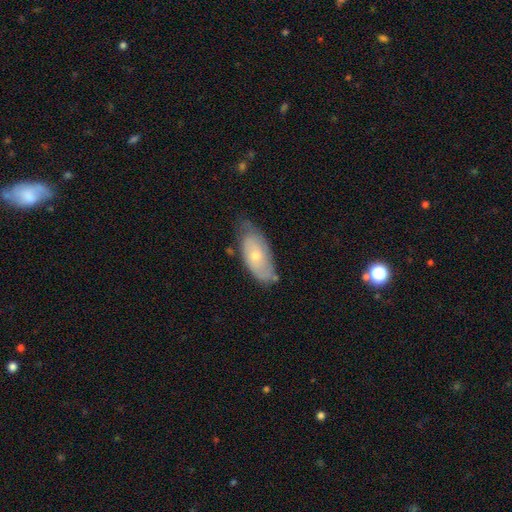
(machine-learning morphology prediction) This appears to be a smooth galaxy with no disk features (55%) that is in between round and cigar-shaped (88%). Merging: none (55%).